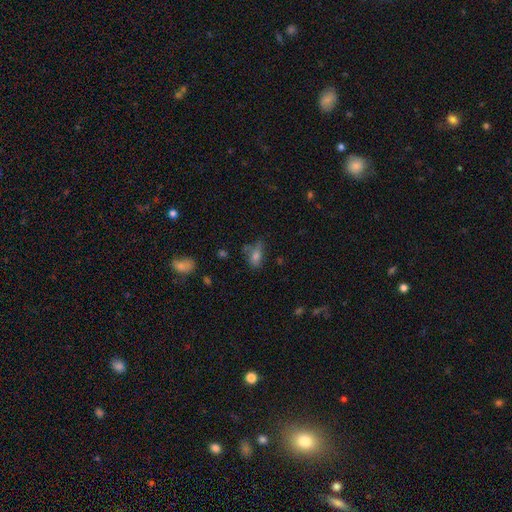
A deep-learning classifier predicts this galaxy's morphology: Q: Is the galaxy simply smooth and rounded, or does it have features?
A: smooth — 67%.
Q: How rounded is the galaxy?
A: in between — 79%.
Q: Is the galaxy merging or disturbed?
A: none — 51%.